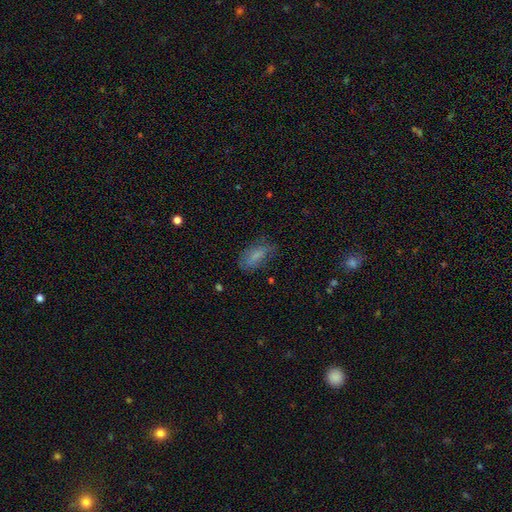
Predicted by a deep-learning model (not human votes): Smooth or featured: smooth — 72% (featured or disk — 18%)
How rounded: in between — 83% (cigar-shaped — 14%)
Merging: none — 59% (minor disturbance — 27%)